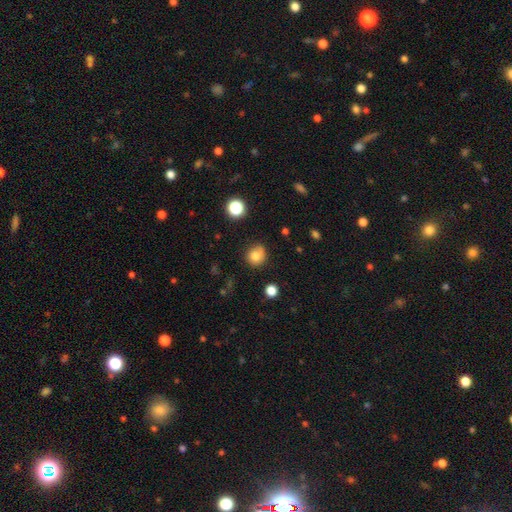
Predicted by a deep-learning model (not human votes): Smooth or featured: smooth — 78% (star or artifact — 12%)
How rounded: round — 84% (in between — 15%)
Merging: none — 68% (minor disturbance — 22%)